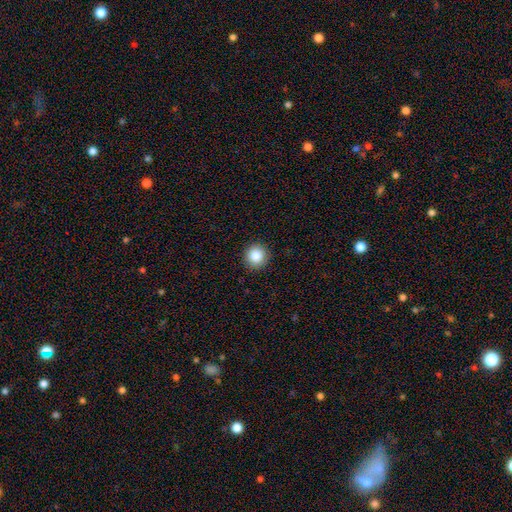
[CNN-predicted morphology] Smooth or featured? Predicted: smooth (p=0.86). How rounded? Predicted: round (p=0.91). Merging? Predicted: none (p=0.91).